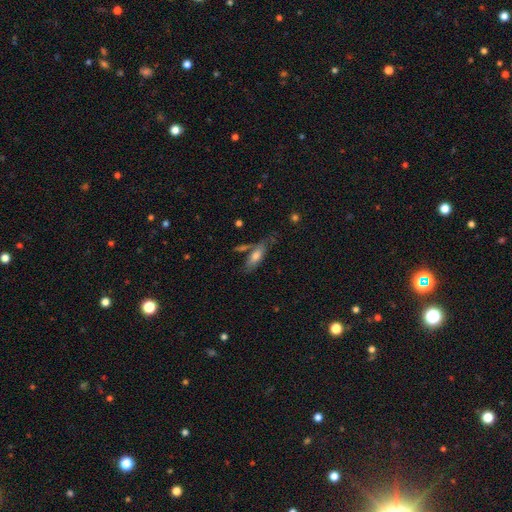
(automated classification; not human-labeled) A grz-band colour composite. It shows a smooth galaxy with no disk features (68%) that is in between round and cigar-shaped (65%). Merging: none (56%).